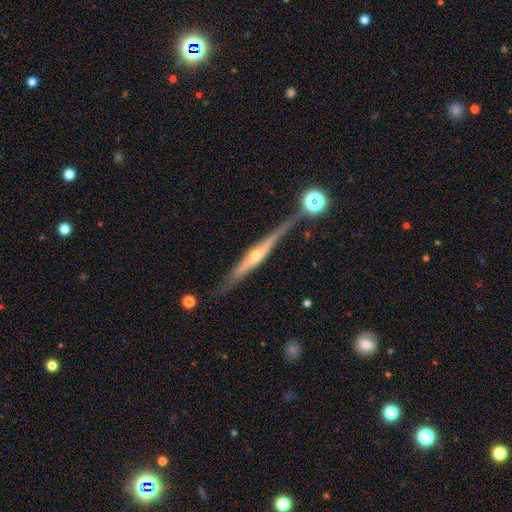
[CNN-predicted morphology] smooth_or_featured: featured or disk (p=0.79) [alt: smooth p=0.13]
disk_edge_on: yes (p=0.97) [alt: no p=0.03]
edge_on_bulge: rounded (p=0.80) [alt: none p=0.14]
merging: none (p=0.78) [alt: minor disturbance p=0.14]